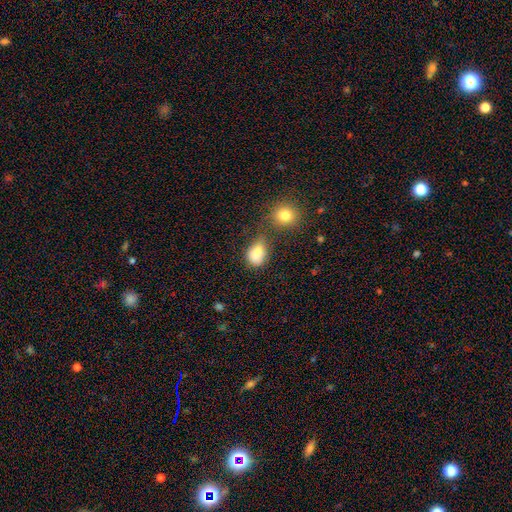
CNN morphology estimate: Smooth or featured?
  - smooth: 79% *
  - star or artifact: 11%
  - featured or disk: 10%
How rounded?
  - in between: 69% *
  - round: 29%
  - cigar-shaped: 2%
Merging?
  - none: 37% *
  - minor disturbance: 25%
  - merger: 24%
  - major disturbance: 14%